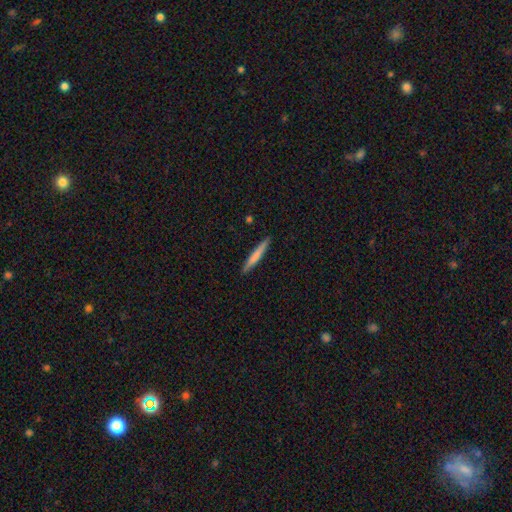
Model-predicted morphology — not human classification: Smooth or featured? Predicted: smooth (p=0.72). How rounded? Predicted: cigar-shaped (p=0.96). Merging? Predicted: none (p=0.90).